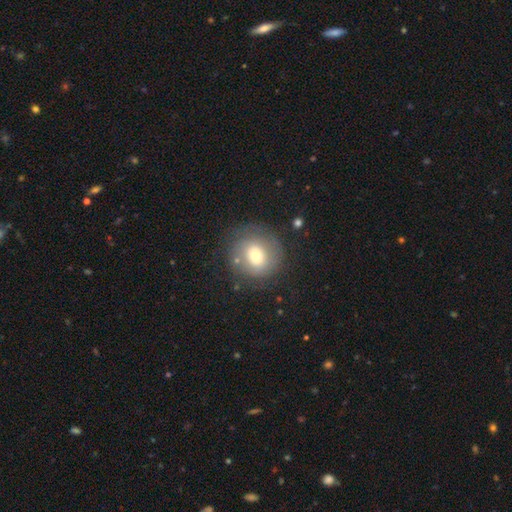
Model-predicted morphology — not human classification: Overall: smooth (57%; featured or disk 31%). How rounded: round (88%). Merging: none (76%).